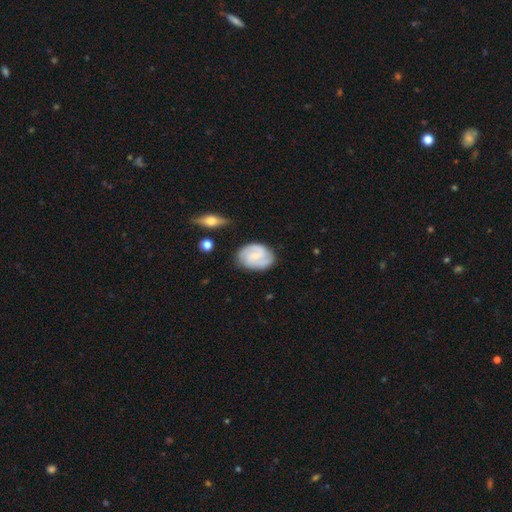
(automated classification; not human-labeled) A featured or disk galaxy (72%) with a weak bar (47%), 2 (60%) tight (45%) spiral arms (94%) and a small central bulge (64%).

Vote fractions:
- Smooth or featured? featured or disk: 72% / smooth: 23% / star or artifact: 6%
- Edge-on disk? no: 97% / yes: 3%
- Bar? weak: 47% / no: 44% / strong: 9%
- Spiral arms? yes: 94% / no: 6%
- Spiral winding? tight: 45% / medium: 42% / loose: 12%
- Spiral arm count? 2: 60% / 3: 17% / can't tell: 15% / 1: 3% / 4: 3% / more than 4: 2%
- Bulge size? small: 64% / moderate: 23% / none: 11% / large: 1% / dominant: 1%
- Merging? none: 77% / minor disturbance: 16% / major disturbance: 4% / merger: 2%